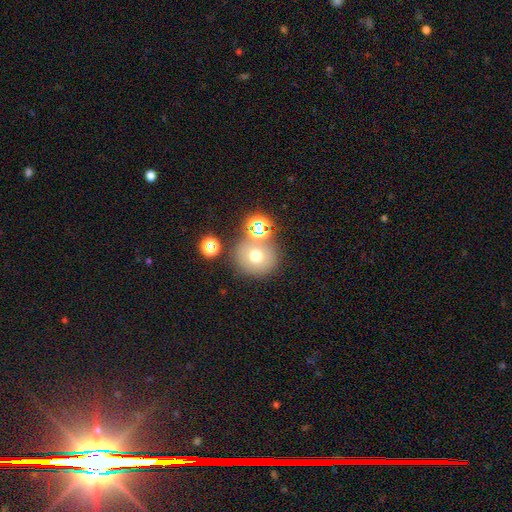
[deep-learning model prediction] Smooth or featured?
  - smooth: 66% *
  - star or artifact: 19%
  - featured or disk: 15%
How rounded?
  - round: 86% *
  - in between: 13%
  - cigar-shaped: 1%
Merging?
  - none: 69% *
  - merger: 16%
  - minor disturbance: 10%
  - major disturbance: 4%